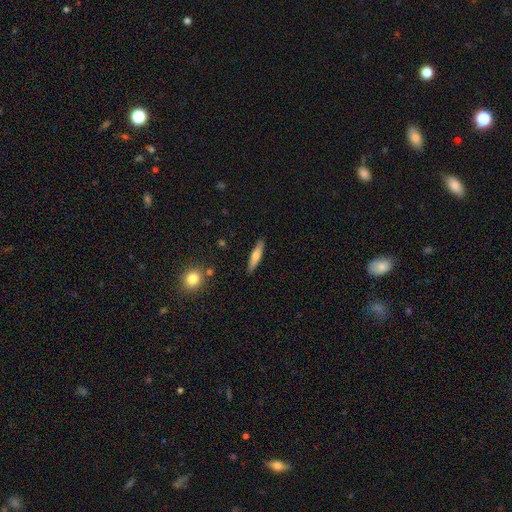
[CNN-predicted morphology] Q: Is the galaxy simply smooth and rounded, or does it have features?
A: smooth — 63%.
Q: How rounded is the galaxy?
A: cigar-shaped — 80%.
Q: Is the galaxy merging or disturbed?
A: none — 88%.